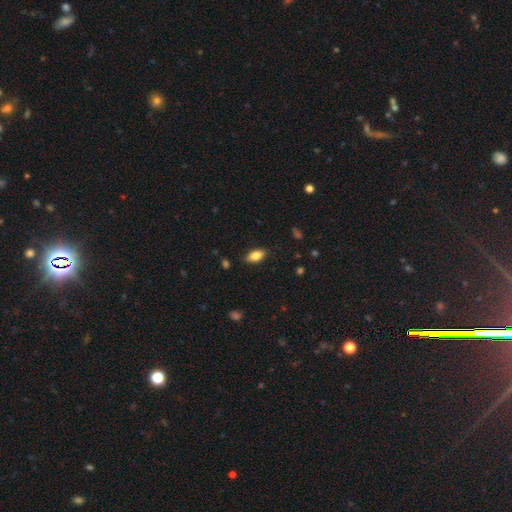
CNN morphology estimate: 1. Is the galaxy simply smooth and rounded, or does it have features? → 84% smooth, 8% featured or disk, 8% star or artifact.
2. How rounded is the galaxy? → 90% in between, 5% cigar-shaped, 4% round.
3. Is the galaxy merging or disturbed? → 85% none, 11% minor disturbance, 3% major disturbance, 1% merger.